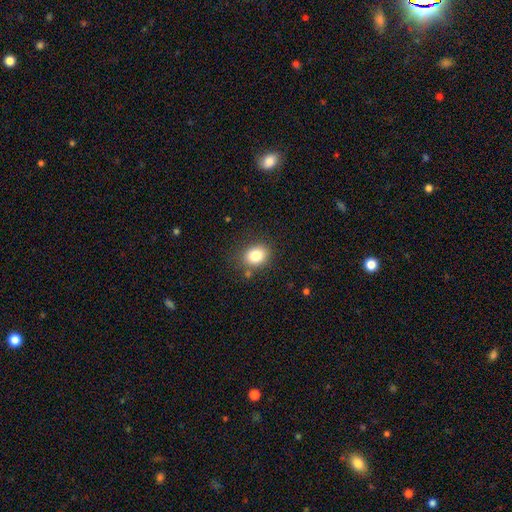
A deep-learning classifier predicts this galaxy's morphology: Smooth or featured? Predicted: smooth (p=0.82). How rounded? Predicted: round (p=0.54). Merging? Predicted: none (p=0.82).